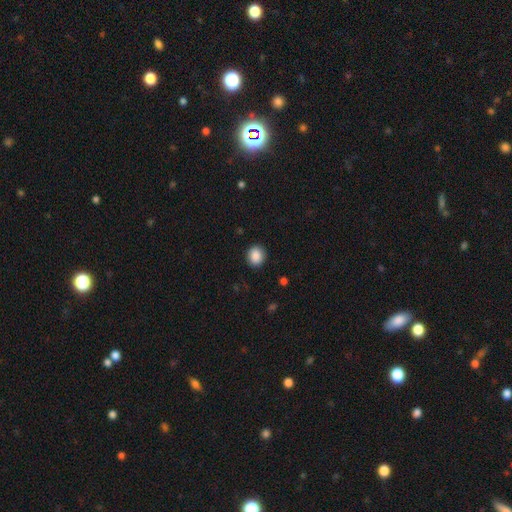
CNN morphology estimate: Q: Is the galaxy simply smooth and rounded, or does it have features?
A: smooth — 88%.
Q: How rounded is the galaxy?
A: round — 77%.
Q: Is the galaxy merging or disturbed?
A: none — 90%.